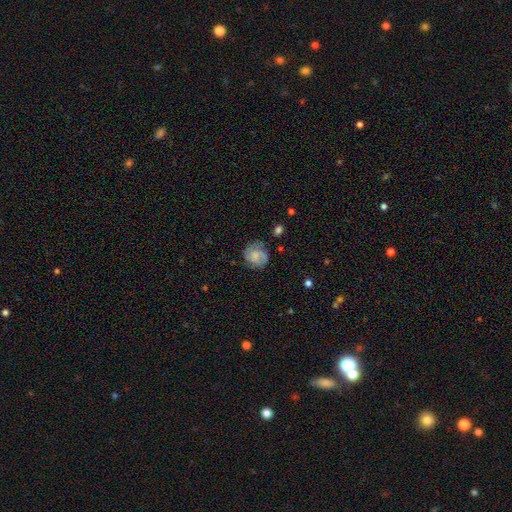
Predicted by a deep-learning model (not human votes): Overall: smooth (51%; featured or disk 41%). How rounded: round (78%). Merging: none (63%; minor disturbance 24%).